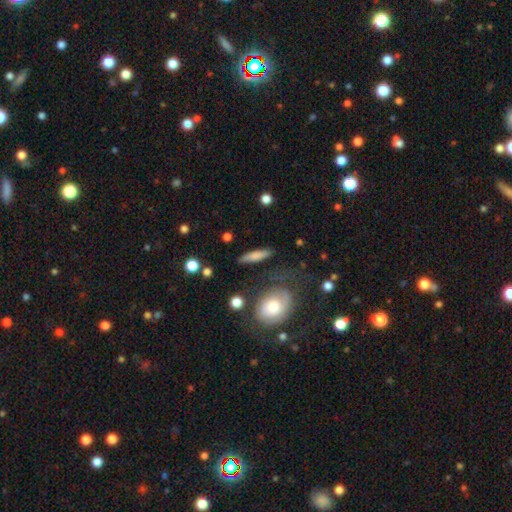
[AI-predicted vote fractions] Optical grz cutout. It shows a smooth galaxy with no disk features (71%) that is cigar-shaped (74%). Merging: none (79%).